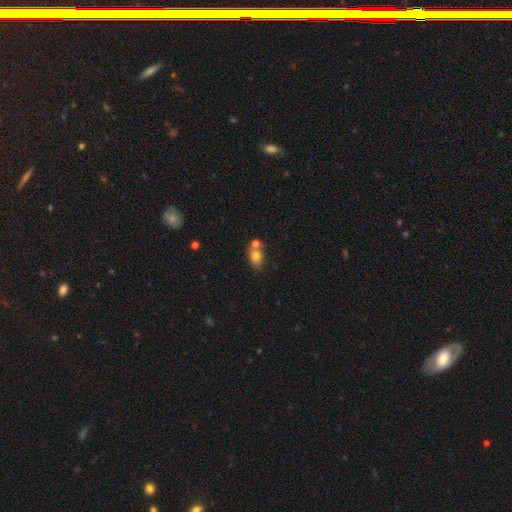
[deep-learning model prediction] Morphology: type=smooth (76%); roundness=in between (63%); merging=none (47%).